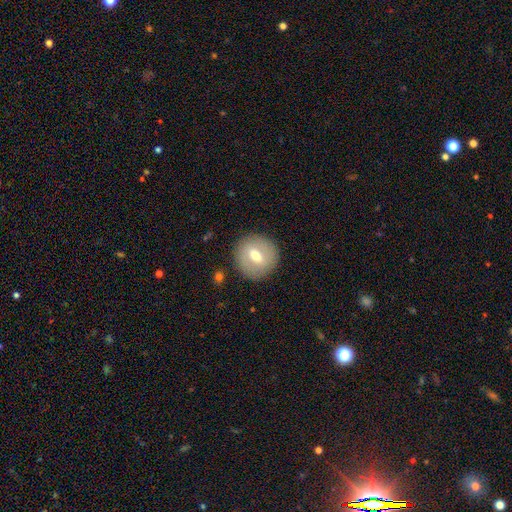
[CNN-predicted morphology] Overall: smooth (52%; featured or disk 40%). How rounded: round (87%). Merging: none (86%).